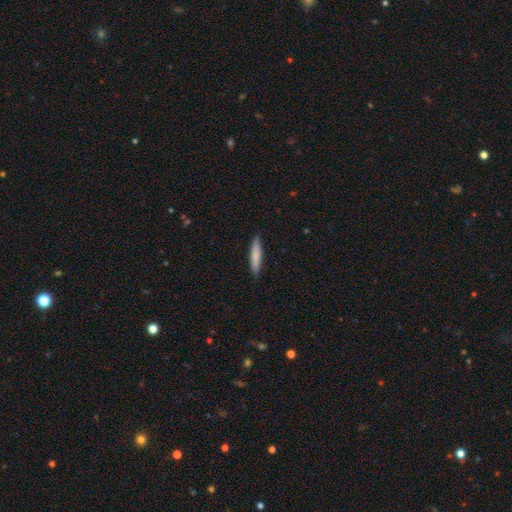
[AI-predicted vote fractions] Q: Smooth or featured?
A: smooth (79%); runner-up: featured or disk (16%)
Q: How rounded?
A: cigar-shaped (86%); runner-up: in between (13%)
Q: Merging?
A: none (89%); runner-up: minor disturbance (9%)